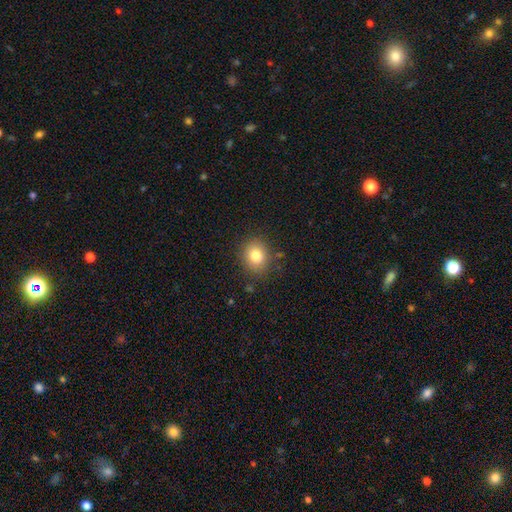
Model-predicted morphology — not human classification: smooth-or-featured: smooth: 82% | star or artifact: 11% | featured or disk: 8%
  how-rounded: round: 70% | in between: 29% | cigar-shaped: 1%
  merging: none: 85% | minor disturbance: 10% | major disturbance: 3% | merger: 2%